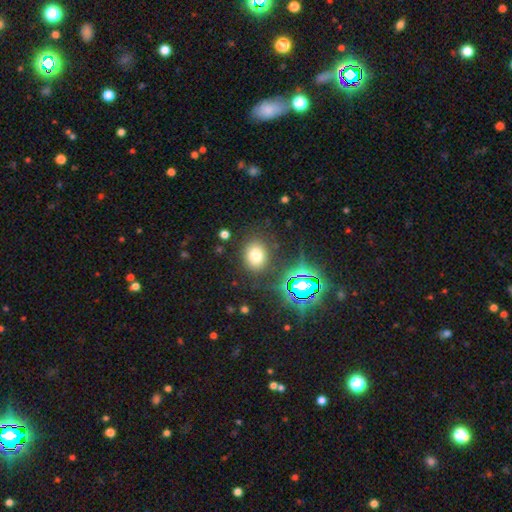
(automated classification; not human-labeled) Overall: smooth (71%). How rounded: round (54%; in between 45%). Merging: none (83%).